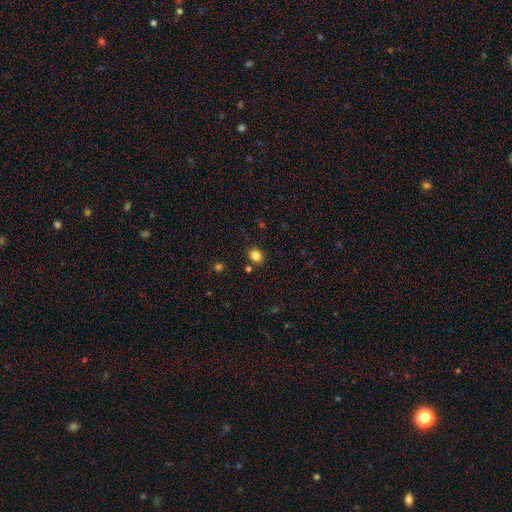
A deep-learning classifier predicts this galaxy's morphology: This is clearly a smooth galaxy (83%). How rounded: likely round (65%). Merging: clearly none (84%).